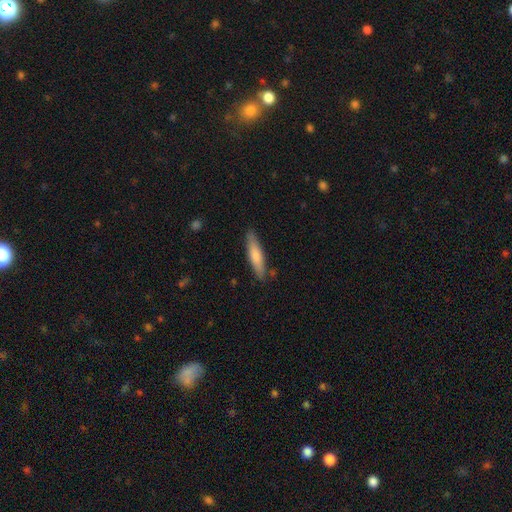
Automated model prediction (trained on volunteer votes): The model was most divided on "smooth or featured": smooth: 72%, featured or disk: 22%, star or artifact: 5%. More confident: merging — none (84%); how rounded — cigar-shaped (81%).